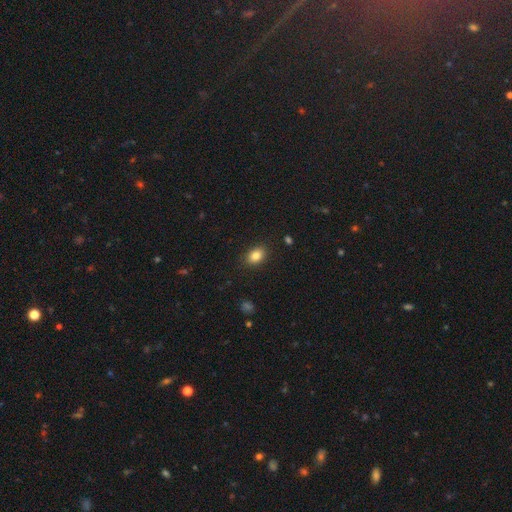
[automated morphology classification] Smooth or featured?
  - smooth: 84% *
  - star or artifact: 9%
  - featured or disk: 7%
How rounded?
  - in between: 76% *
  - round: 22%
  - cigar-shaped: 1%
Merging?
  - none: 86% *
  - minor disturbance: 10%
  - major disturbance: 3%
  - merger: 1%